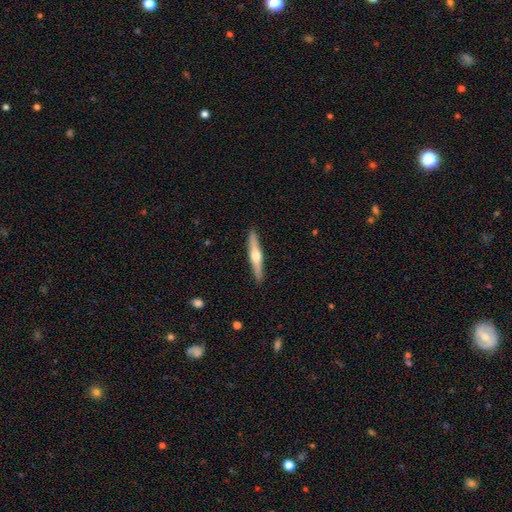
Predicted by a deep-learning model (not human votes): Q: Smooth or featured?
A: featured or disk (56%); runner-up: smooth (38%)
Q: Edge-on disk?
A: yes (96%); runner-up: no (4%)
Q: Edge-on bulge?
A: rounded (91%); runner-up: none (6%)
Q: Merging?
A: none (90%); runner-up: minor disturbance (7%)